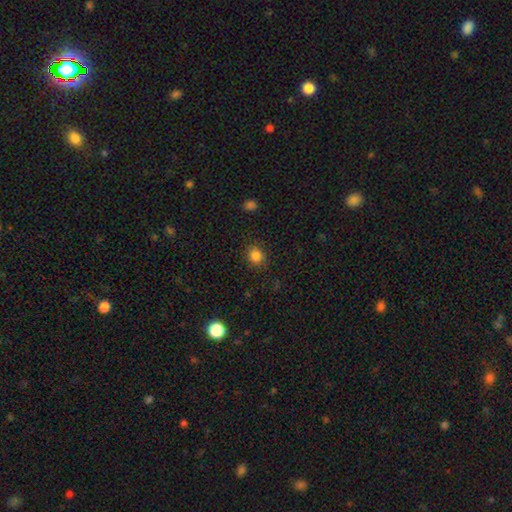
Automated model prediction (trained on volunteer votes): A smooth galaxy with no disk features (84%) that is round (85%). Merging: none (88%).